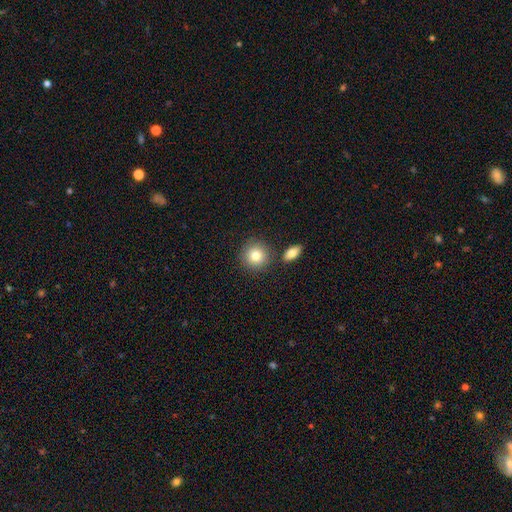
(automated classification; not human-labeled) Smooth or featured?
  - smooth: 81% *
  - featured or disk: 10%
  - star or artifact: 9%
How rounded?
  - round: 90% *
  - in between: 9%
  - cigar-shaped: 1%
Merging?
  - none: 79% *
  - merger: 10%
  - minor disturbance: 9%
  - major disturbance: 3%